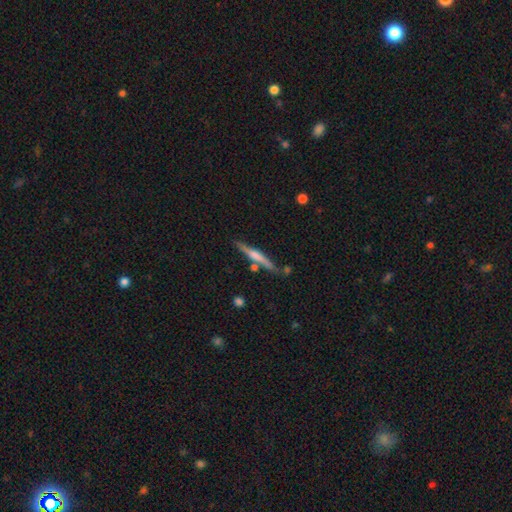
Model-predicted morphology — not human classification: Smooth or featured?
  - featured or disk: 62% *
  - smooth: 32%
  - star or artifact: 6%
Edge-on disk?
  - yes: 97% *
  - no: 3%
Edge-on bulge?
  - rounded: 65% *
  - none: 20%
  - boxy: 15%
Merging?
  - none: 80% *
  - minor disturbance: 12%
  - merger: 6%
  - major disturbance: 2%